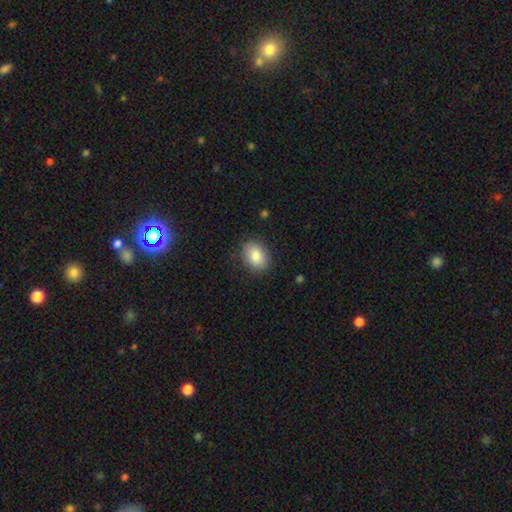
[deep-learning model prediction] Smooth or featured: smooth — 86% (star or artifact — 7%)
How rounded: in between — 74% (round — 25%)
Merging: none — 85% (minor disturbance — 11%)